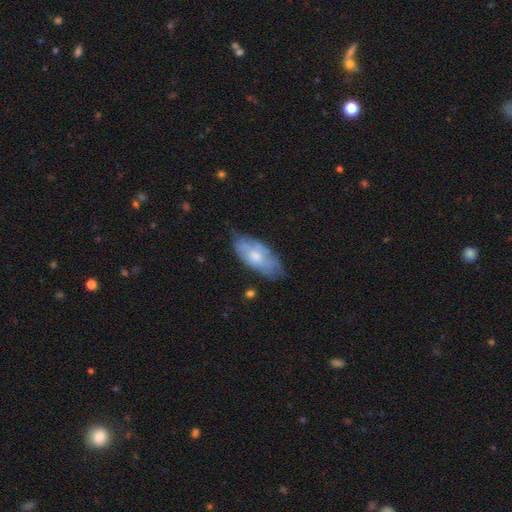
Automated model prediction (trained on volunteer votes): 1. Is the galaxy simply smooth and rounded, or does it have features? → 56% smooth, 38% featured or disk, 6% star or artifact.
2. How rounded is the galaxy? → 89% in between, 9% cigar-shaped, 2% round.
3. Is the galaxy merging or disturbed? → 57% none, 32% minor disturbance, 8% major disturbance, 2% merger.